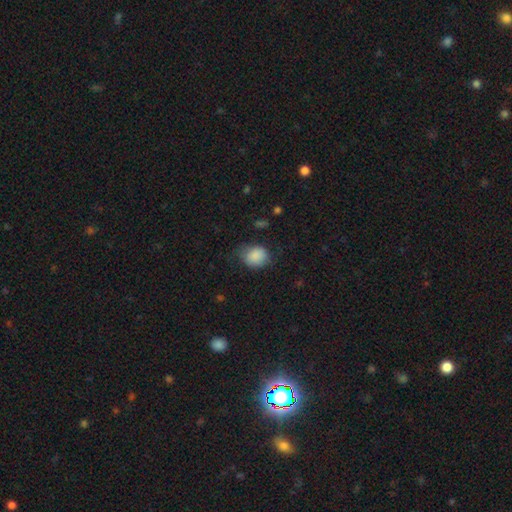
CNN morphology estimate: type=smooth (86%); roundness=round (56%); merging=none (61%).